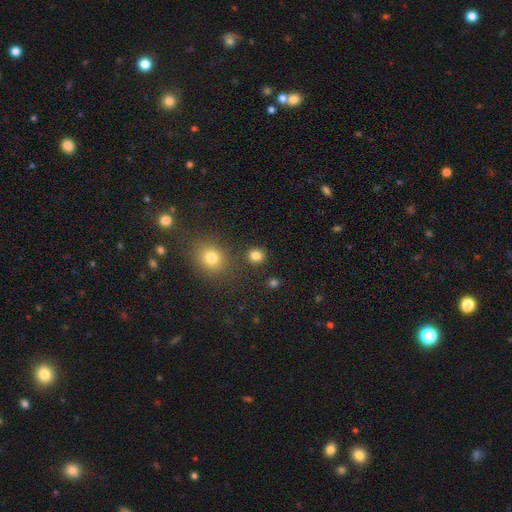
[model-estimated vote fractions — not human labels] smooth 82%, star or artifact 13%, featured or disk 4%. Down the decision tree: how rounded — round (81%); merging — none (84%).